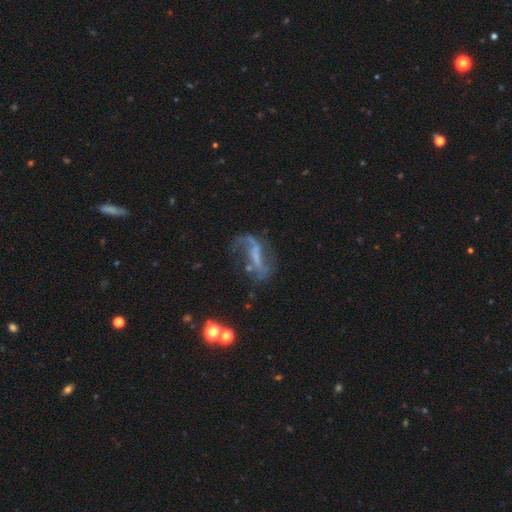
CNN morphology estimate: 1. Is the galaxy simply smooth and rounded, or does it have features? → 75% featured or disk, 13% smooth, 12% star or artifact.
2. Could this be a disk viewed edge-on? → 93% no, 7% yes.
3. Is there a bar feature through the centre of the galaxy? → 39% strong, 36% weak, 25% no.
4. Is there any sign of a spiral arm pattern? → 81% yes, 19% no.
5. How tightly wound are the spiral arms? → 81% loose, 14% medium, 5% tight.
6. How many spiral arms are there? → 74% 2, 16% 1, 6% can't tell, 1% 3, 1% 4, 1% more than 4.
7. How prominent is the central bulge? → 53% none, 30% small, 13% moderate, 3% large, 1% dominant.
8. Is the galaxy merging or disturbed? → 45% none, 28% major disturbance, 19% minor disturbance, 8% merger.